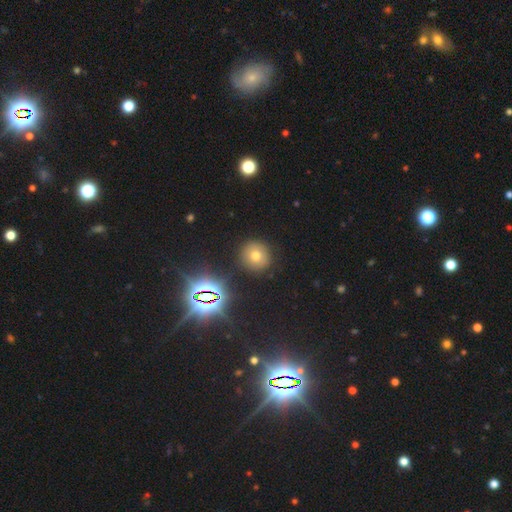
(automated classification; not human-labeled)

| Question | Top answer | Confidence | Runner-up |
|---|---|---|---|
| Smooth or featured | smooth | 63% | star or artifact (24%) |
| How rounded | round | 90% | in between (9%) |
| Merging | none | 88% | minor disturbance (7%) |